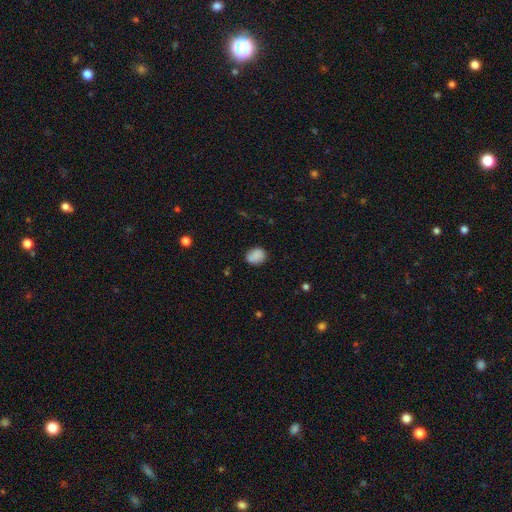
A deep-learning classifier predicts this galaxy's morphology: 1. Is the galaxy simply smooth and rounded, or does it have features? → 85% smooth, 9% star or artifact, 6% featured or disk.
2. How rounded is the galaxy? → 51% in between, 48% round, 1% cigar-shaped.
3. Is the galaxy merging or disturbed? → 76% none, 18% minor disturbance, 4% major disturbance, 3% merger.